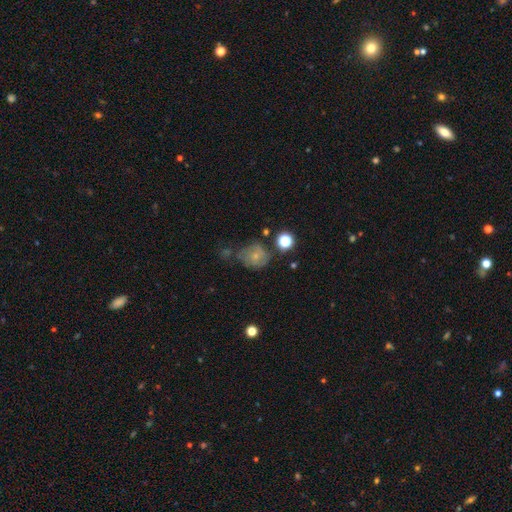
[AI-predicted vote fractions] A smooth galaxy with no disk features (55%) that is round (71%). Merging: none (45%).